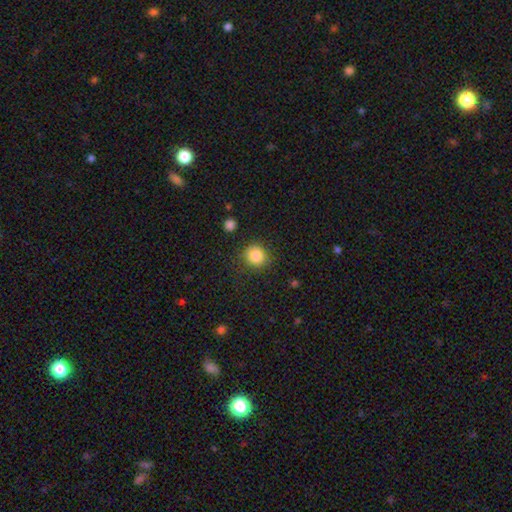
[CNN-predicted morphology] A smooth galaxy with no disk features (84%) that is round (89%).

Vote fractions:
- Smooth or featured? smooth: 84% / star or artifact: 10% / featured or disk: 6%
- How rounded? round: 89% / in between: 10% / cigar-shaped: 1%
- Merging? none: 84% / minor disturbance: 10% / major disturbance: 4% / merger: 2%